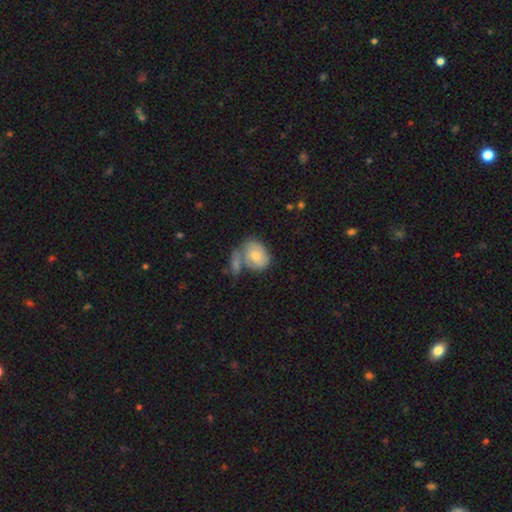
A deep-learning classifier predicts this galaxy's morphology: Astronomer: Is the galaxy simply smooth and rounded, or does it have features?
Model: smooth — 65%.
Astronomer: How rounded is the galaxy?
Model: in between — 57% (runner-up: round, 41%).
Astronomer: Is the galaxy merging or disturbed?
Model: merger — 37%, tied with none at 37%.